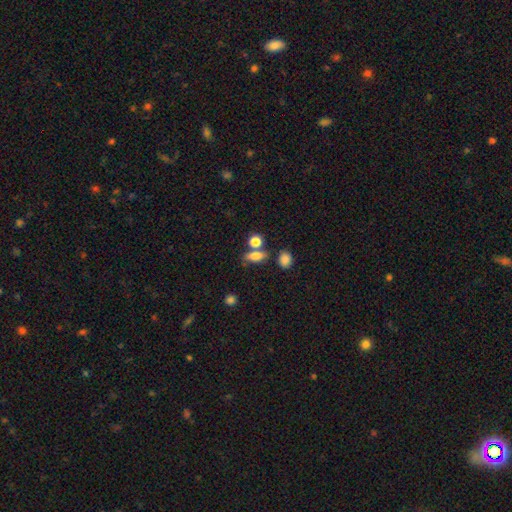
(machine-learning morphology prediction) Smooth or featured? smooth (77%)
How rounded? in between (66%)
Merging? none (58%)